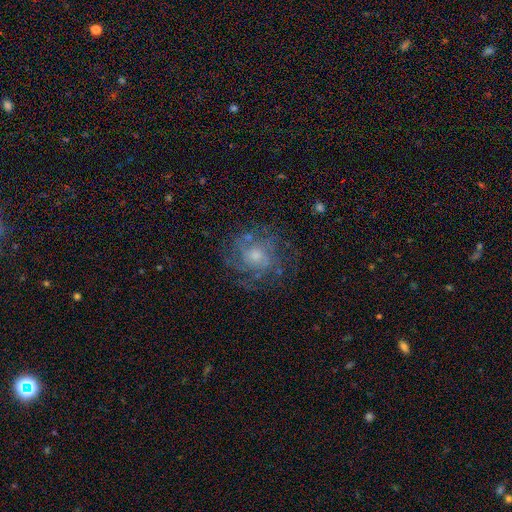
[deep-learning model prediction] A featured or disk galaxy (67%) with no bar (79%), spiral arms (75%) and a moderate central bulge (49%).

Vote fractions:
- Smooth or featured? featured or disk: 67% / smooth: 23% / star or artifact: 10%
- Edge-on disk? no: 97% / yes: 3%
- Bar? no: 79% / weak: 18% / strong: 2%
- Spiral arms? yes: 75% / no: 25%
- Bulge size? moderate: 49% / small: 37% / large: 7% / none: 5% / dominant: 1%
- Merging? none: 66% / minor disturbance: 18% / major disturbance: 14% / merger: 2%